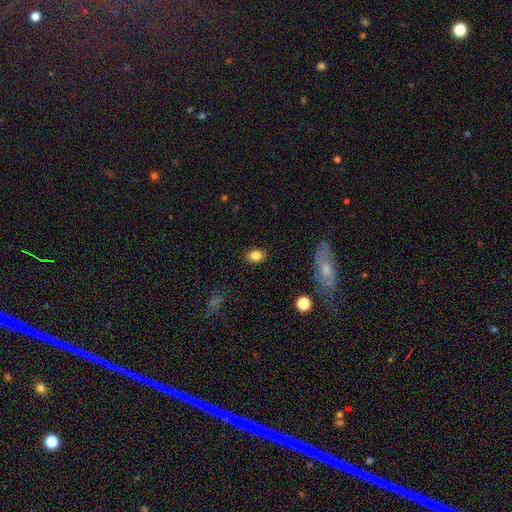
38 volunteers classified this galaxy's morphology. This appears to be a smooth galaxy with no disk features (87%) that is in between round and cigar-shaped (73%). Merging: none (86%).